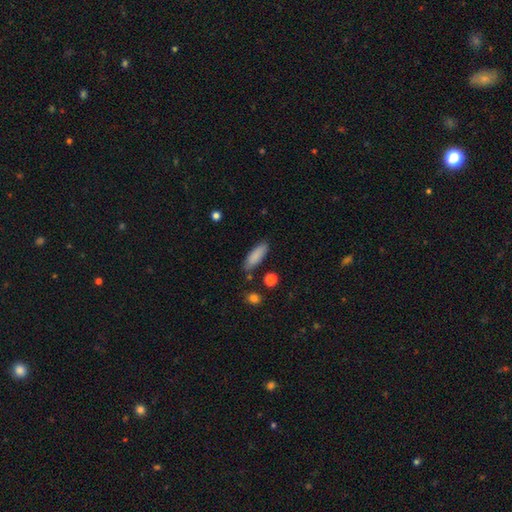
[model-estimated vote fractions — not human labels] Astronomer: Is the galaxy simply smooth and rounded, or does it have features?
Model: smooth — 86%.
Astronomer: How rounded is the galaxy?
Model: in between — 51% (runner-up: cigar-shaped, 47%).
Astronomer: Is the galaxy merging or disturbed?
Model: none — 83%.